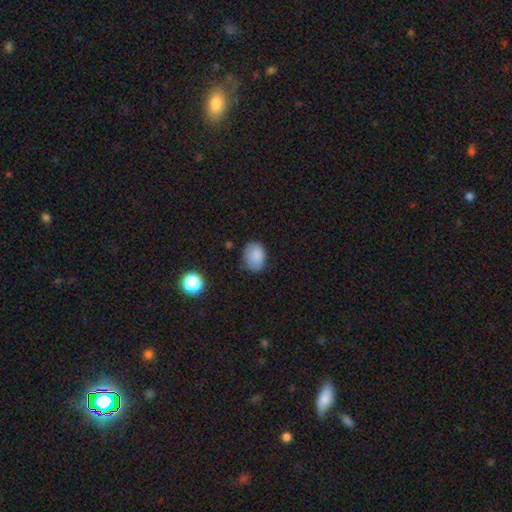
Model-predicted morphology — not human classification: smooth_or_featured: smooth (p=0.85) [alt: star or artifact p=0.09]
how_rounded: in between (p=0.65) [alt: round p=0.34]
merging: none (p=0.75) [alt: minor disturbance p=0.19]